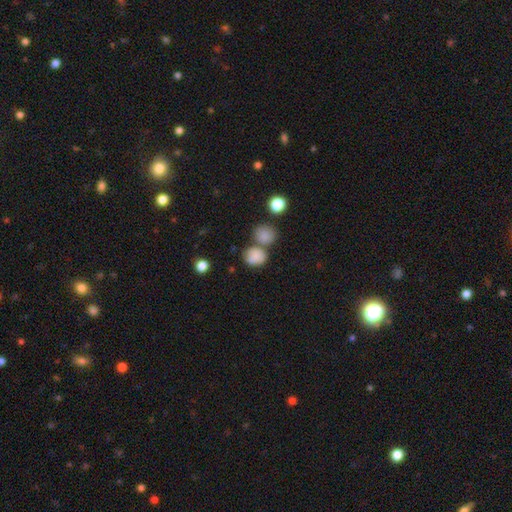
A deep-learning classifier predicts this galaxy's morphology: This appears to be a smooth galaxy with no disk features (80%) that is round (60%). Merging: none (41%).